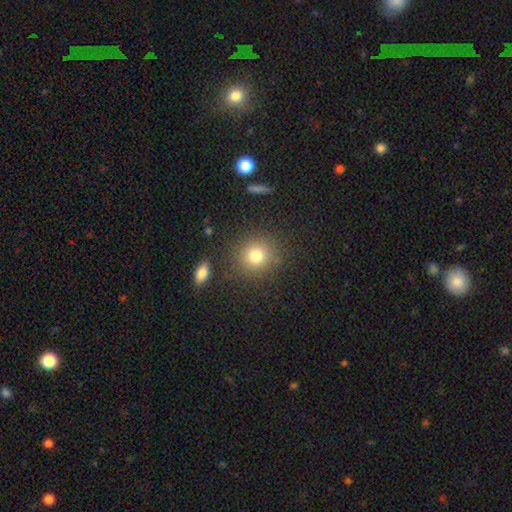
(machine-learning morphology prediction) type=smooth (78%); roundness=round (86%); merging=none (86%).